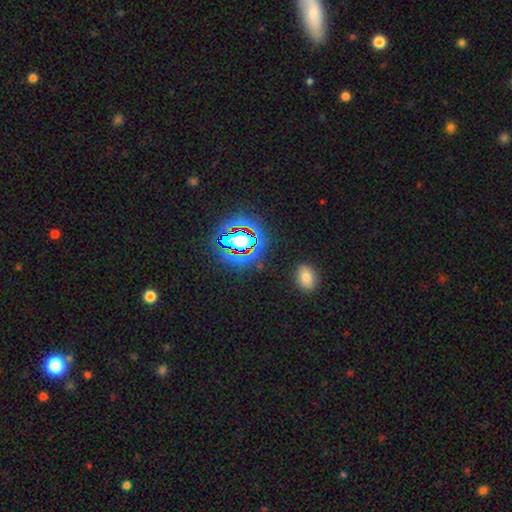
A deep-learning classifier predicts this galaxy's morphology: Smooth or featured: star or artifact — 74% (smooth — 18%)